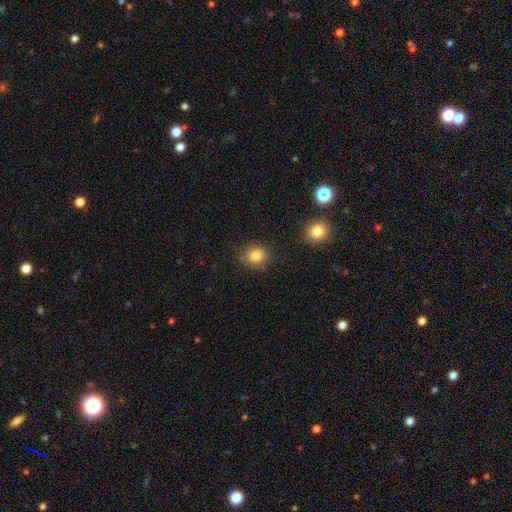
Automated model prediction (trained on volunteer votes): A smooth galaxy with no disk features (84%) that is round (79%).

Vote fractions:
- Smooth or featured? smooth: 84% / star or artifact: 11% / featured or disk: 5%
- How rounded? round: 79% / in between: 20% / cigar-shaped: 1%
- Merging? none: 86% / minor disturbance: 9% / major disturbance: 3% / merger: 3%